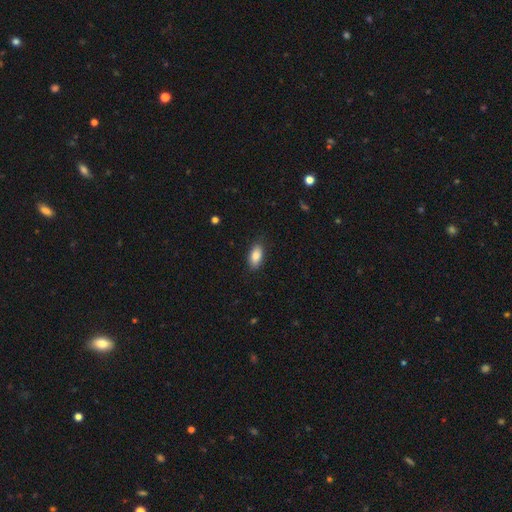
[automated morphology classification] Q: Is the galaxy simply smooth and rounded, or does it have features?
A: smooth — 85%.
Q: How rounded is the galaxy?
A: in between — 91%.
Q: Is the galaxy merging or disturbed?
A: none — 86%.